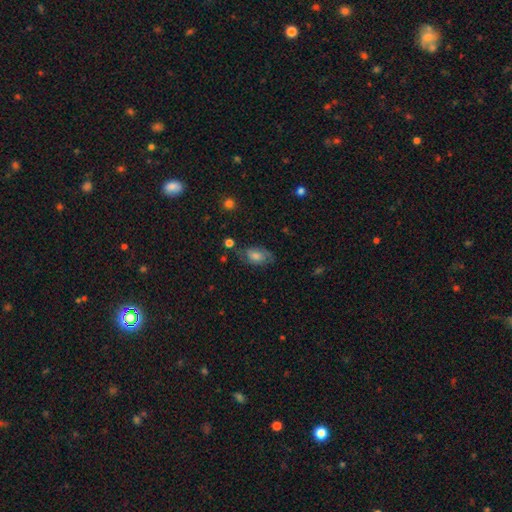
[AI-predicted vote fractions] smooth 49%, featured or disk 37%, star or artifact 14%. Down the decision tree: merging — none (64%).